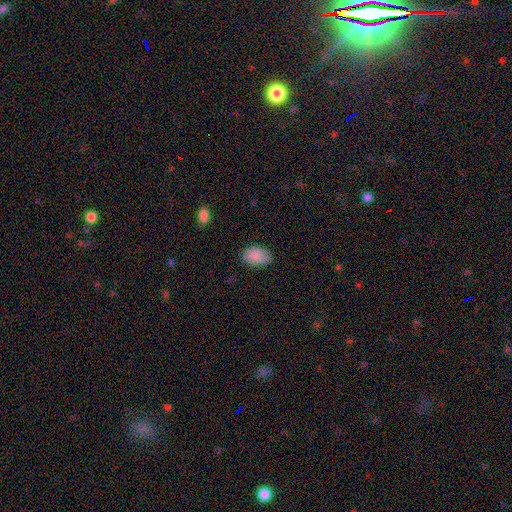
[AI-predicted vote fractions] Q: Smooth or featured?
A: smooth (87%); runner-up: star or artifact (8%)
Q: How rounded?
A: in between (86%); runner-up: round (13%)
Q: Merging?
A: none (80%); runner-up: minor disturbance (16%)